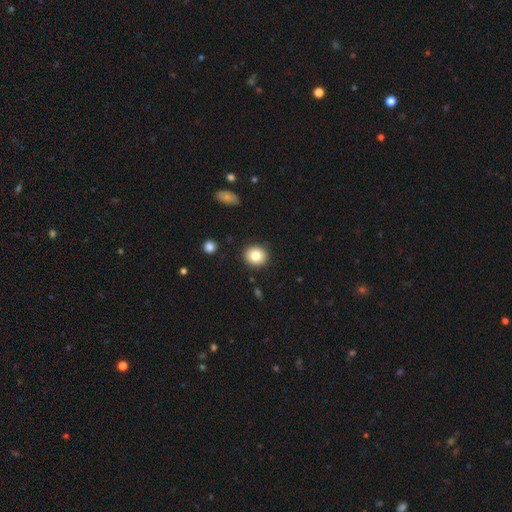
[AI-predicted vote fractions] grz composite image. It shows a smooth galaxy with no disk features (82%) that is round (80%). Merging: none (90%).